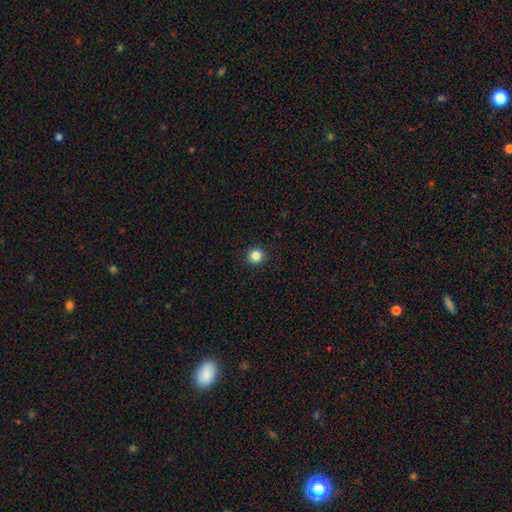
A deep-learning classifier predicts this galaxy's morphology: Smooth or featured?
  - smooth: 85% *
  - star or artifact: 11%
  - featured or disk: 4%
How rounded?
  - round: 94% *
  - in between: 5%
  - cigar-shaped: 1%
Merging?
  - none: 93% *
  - minor disturbance: 4%
  - major disturbance: 2%
  - merger: 1%